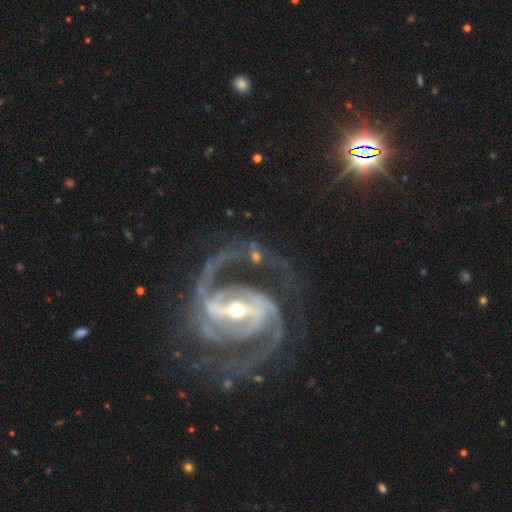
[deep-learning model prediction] smooth_or_featured: featured or disk (p=0.92) [alt: star or artifact p=0.05]
disk_edge_on: no (p=0.97) [alt: yes p=0.03]
bar: strong (p=0.67) [alt: weak p=0.24]
has_spiral_arms: yes (p=0.97) [alt: no p=0.03]
spiral_winding: medium (p=0.53) [alt: loose p=0.26]
spiral_arm_count: 2 (p=0.66) [alt: 3 p=0.14]
bulge_size: moderate (p=0.50) [alt: small p=0.45]
merging: none (p=0.55) [alt: major disturbance p=0.24]